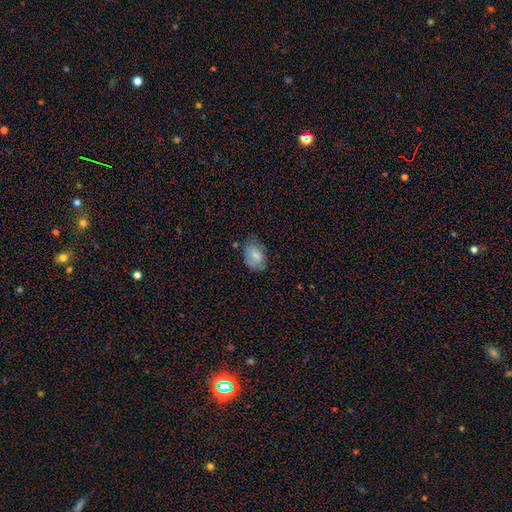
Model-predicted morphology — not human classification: A smooth galaxy with no disk features (77%) that is in between round and cigar-shaped (80%).

Vote fractions:
- Smooth or featured? smooth: 77% / featured or disk: 15% / star or artifact: 8%
- How rounded? in between: 80% / round: 19% / cigar-shaped: 1%
- Merging? none: 63% / minor disturbance: 28% / major disturbance: 7% / merger: 2%